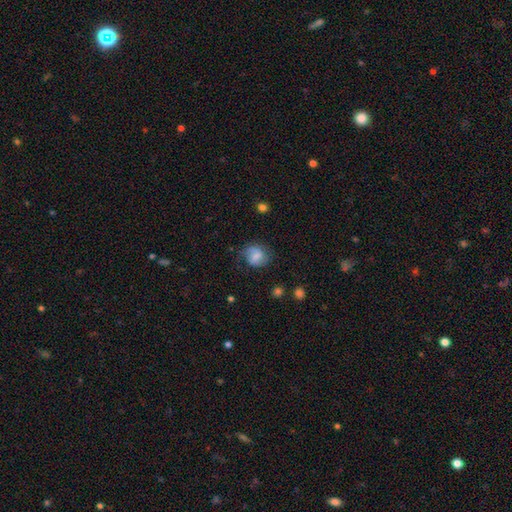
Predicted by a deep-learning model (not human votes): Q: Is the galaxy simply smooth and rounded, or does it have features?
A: smooth — 50%.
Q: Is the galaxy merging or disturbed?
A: none — 62%.